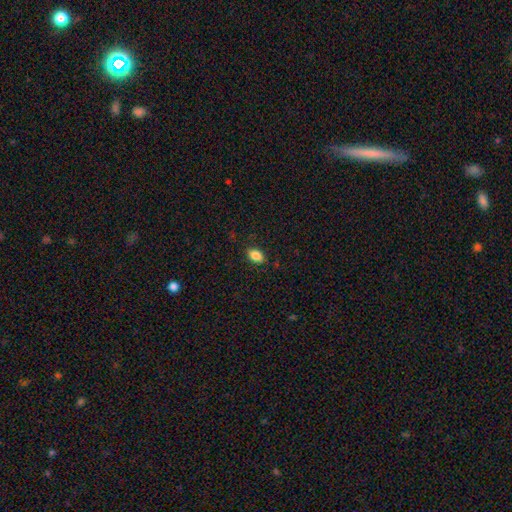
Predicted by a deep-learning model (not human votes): The model was most divided on "merging": none: 85%, minor disturbance: 11%, major disturbance: 3%, merger: 1%. More confident: how rounded — in between (88%); smooth or featured — smooth (86%).